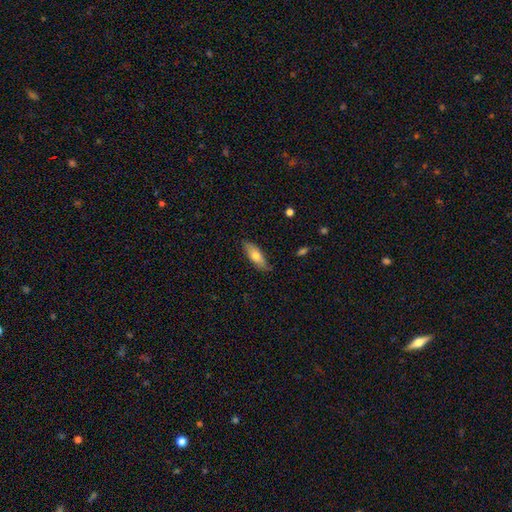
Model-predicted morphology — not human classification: smooth 69%, featured or disk 25%, star or artifact 6%. Down the decision tree: how rounded — in between (67%); merging — none (79%).